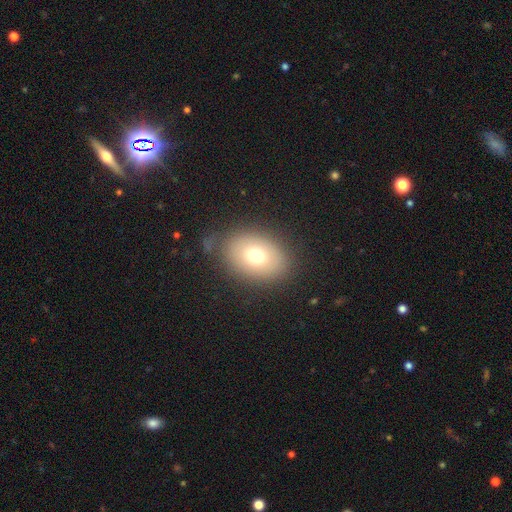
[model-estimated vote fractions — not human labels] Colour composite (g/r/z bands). It shows a smooth galaxy with no disk features (71%) that is in between round and cigar-shaped (77%). Merging: none (79%).